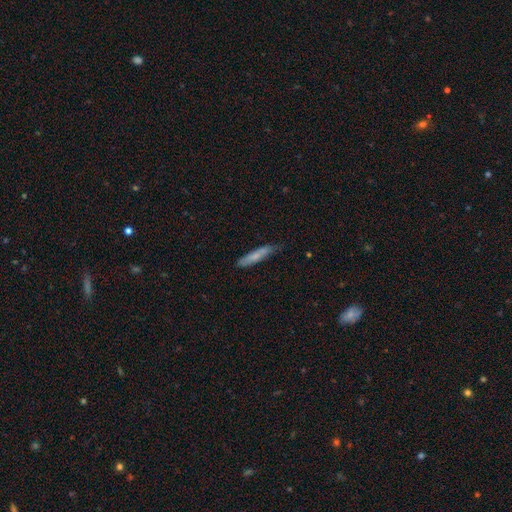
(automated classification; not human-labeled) smooth-or-featured: smooth: 73% | featured or disk: 21% | star or artifact: 6%
  how-rounded: cigar-shaped: 87% | in between: 11% | round: 1%
  merging: none: 73% | minor disturbance: 22% | major disturbance: 3% | merger: 2%